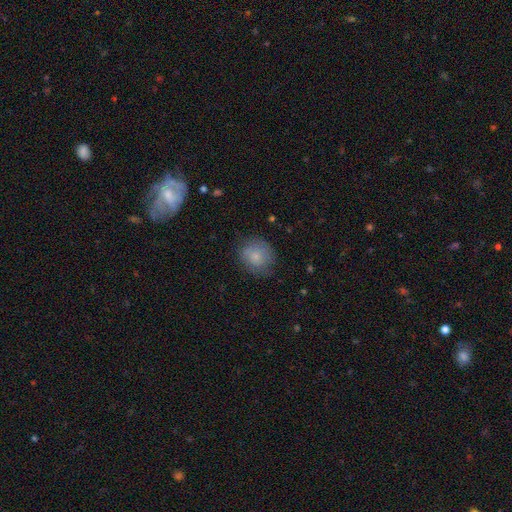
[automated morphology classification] The model was most divided on "merging": none: 71%, minor disturbance: 21%, major disturbance: 7%, merger: 1%. More confident: how rounded — round (76%); smooth or featured — smooth (76%).